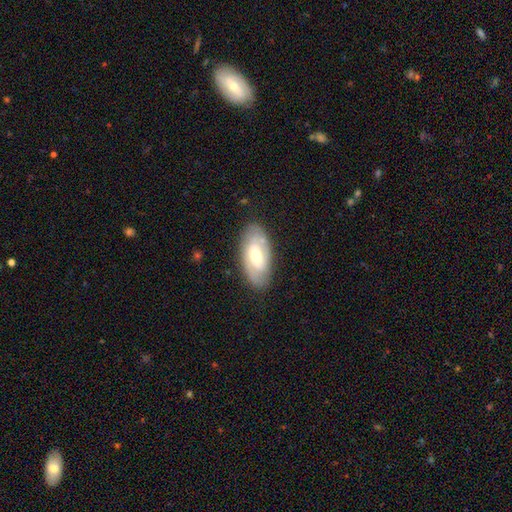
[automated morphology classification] The model was most divided on "bar": weak: 47%, no: 29%, strong: 24%. More confident: edge-on disk — no (90%); merging — none (81%); spiral arms — yes (70%); smooth or featured — featured or disk (64%); bulge size — moderate (63%).